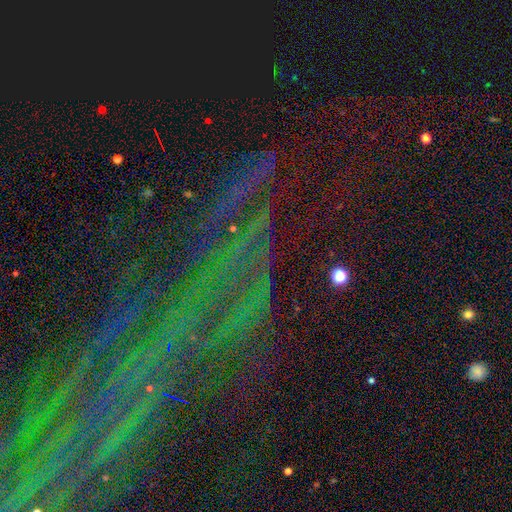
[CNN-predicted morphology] Smooth or featured? Predicted: star or artifact (p=0.80).